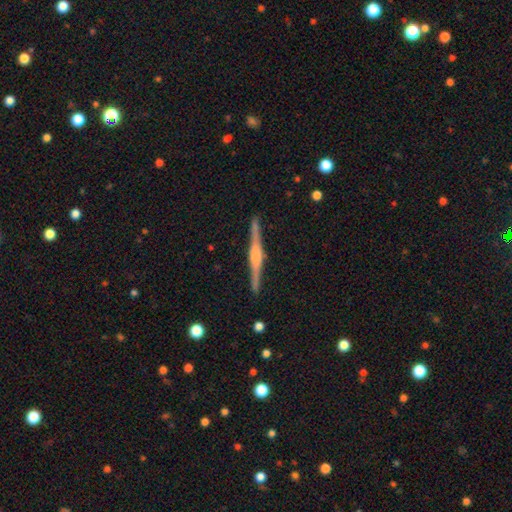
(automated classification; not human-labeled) Smooth or featured: featured or disk — 82% (smooth — 13%)
Edge-on disk: yes — 99% (no — 1%)
Edge-on bulge: rounded — 60% (boxy — 32%)
Merging: none — 90% (minor disturbance — 7%)